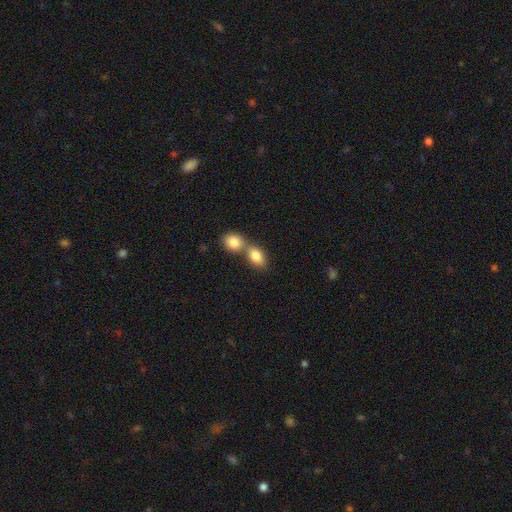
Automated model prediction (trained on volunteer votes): A smooth galaxy with no disk features (83%) that is in between round and cigar-shaped (71%). Merging: merger (62%).